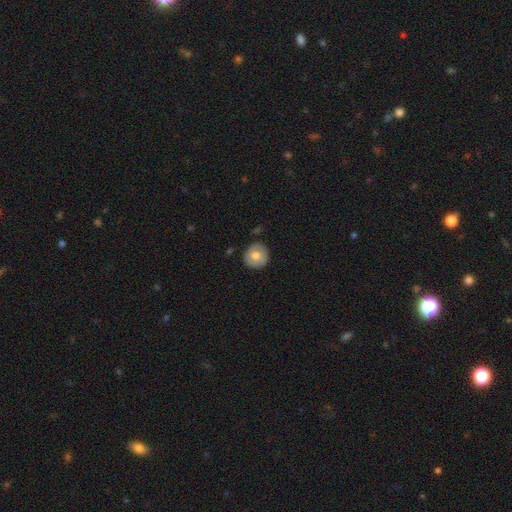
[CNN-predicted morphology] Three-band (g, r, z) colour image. It shows a smooth galaxy with no disk features (71%) that is round (91%). Merging: none (86%).